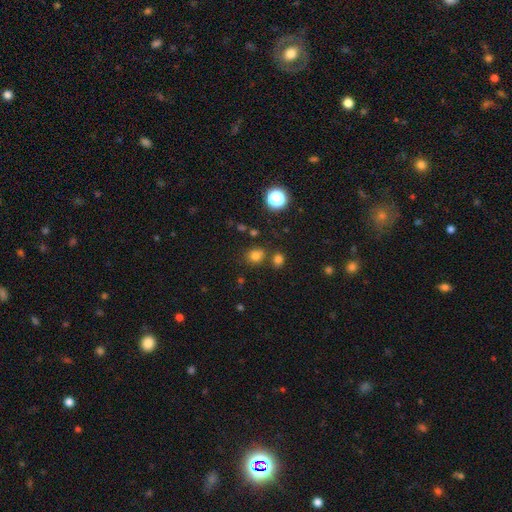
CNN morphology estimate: Smooth or featured? Predicted: smooth (p=0.73). How rounded? Predicted: round (p=0.74). Merging? Predicted: none (p=0.71).